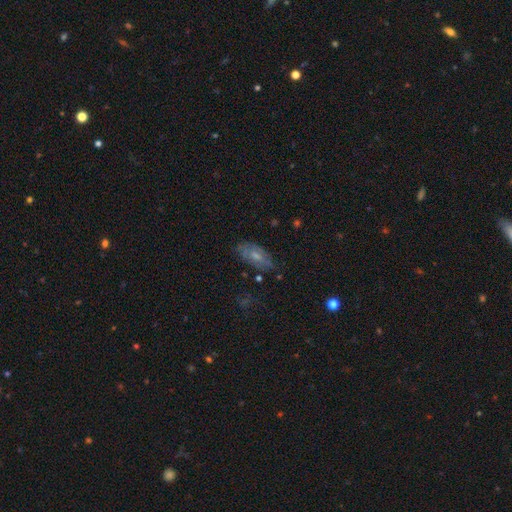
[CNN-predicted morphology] Q: Smooth or featured?
A: smooth (52%); runner-up: featured or disk (38%)
Q: How rounded?
A: in between (87%); runner-up: cigar-shaped (8%)
Q: Merging?
A: none (71%); runner-up: minor disturbance (21%)